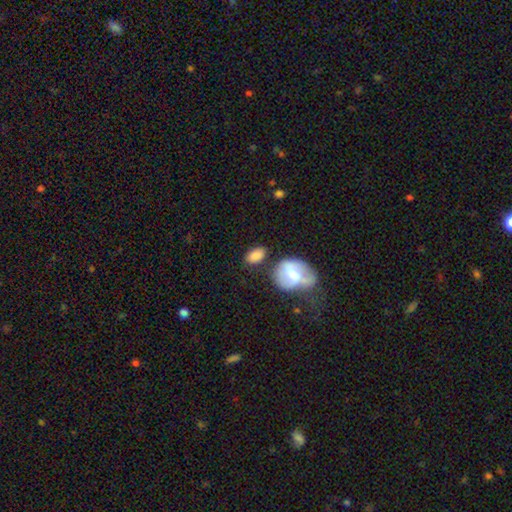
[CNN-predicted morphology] This is clearly a smooth galaxy (84%). How rounded: clearly in between (87%). Merging: likely none (64%).